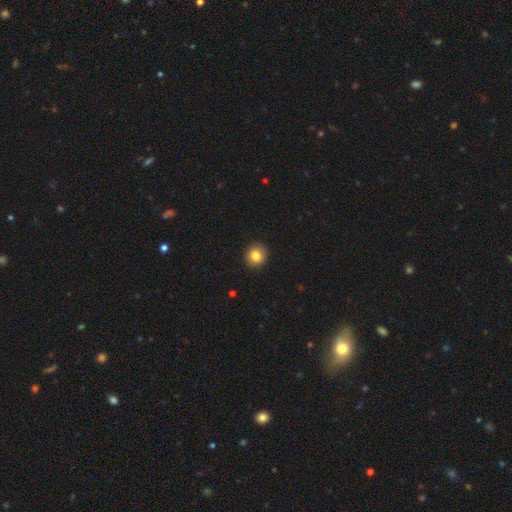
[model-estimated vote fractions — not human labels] A smooth galaxy with no disk features (84%) that is round (89%).

Vote fractions:
- Smooth or featured? smooth: 84% / star or artifact: 10% / featured or disk: 6%
- How rounded? round: 89% / in between: 10% / cigar-shaped: 1%
- Merging? none: 91% / minor disturbance: 6% / major disturbance: 2% / merger: 1%